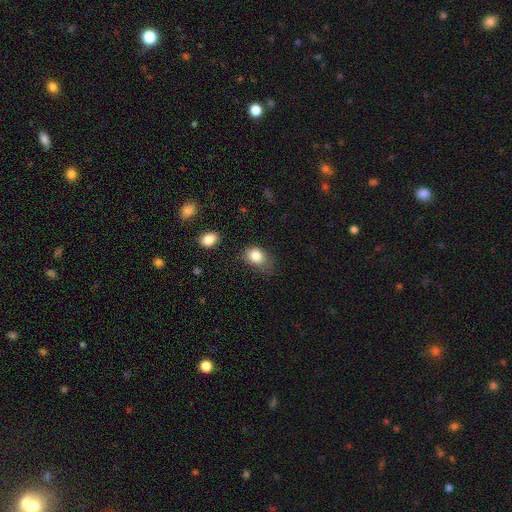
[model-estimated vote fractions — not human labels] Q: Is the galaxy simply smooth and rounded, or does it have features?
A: smooth — 83%.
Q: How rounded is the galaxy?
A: in between — 64%.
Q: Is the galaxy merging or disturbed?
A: none — 48%.